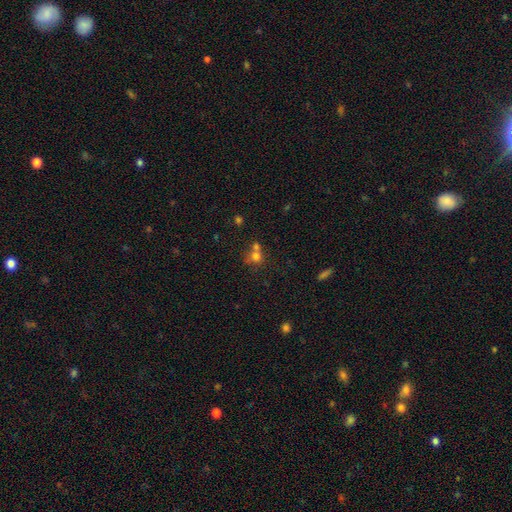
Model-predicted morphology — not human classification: A smooth galaxy with no disk features (69%) that is round (75%). Merging: merger (48%).